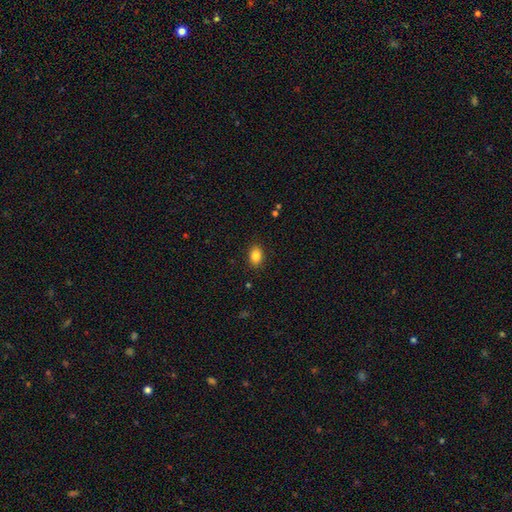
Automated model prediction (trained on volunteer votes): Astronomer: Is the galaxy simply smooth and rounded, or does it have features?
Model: smooth — 86%.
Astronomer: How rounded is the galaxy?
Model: in between — 81%.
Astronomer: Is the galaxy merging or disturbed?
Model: none — 88%.